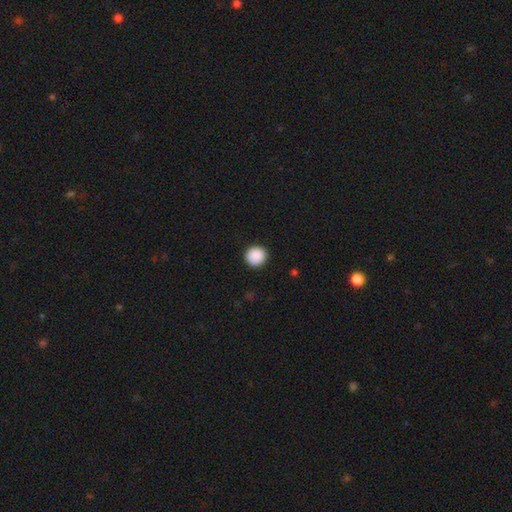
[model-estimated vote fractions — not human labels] Smooth or featured?
  - smooth: 89% *
  - star or artifact: 8%
  - featured or disk: 3%
How rounded?
  - round: 95% *
  - in between: 4%
  - cigar-shaped: 1%
Merging?
  - none: 92% *
  - minor disturbance: 5%
  - major disturbance: 2%
  - merger: 1%